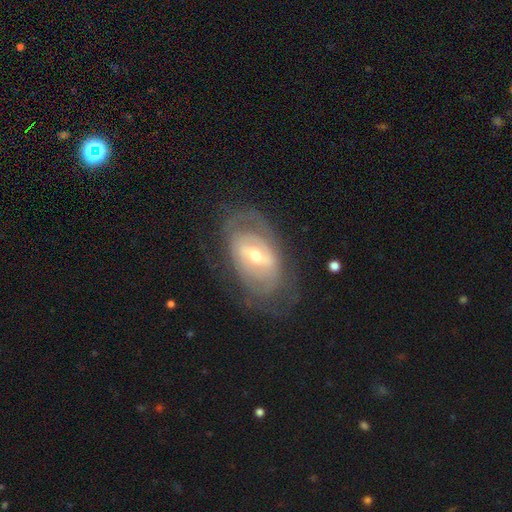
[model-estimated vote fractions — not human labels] This appears to be a featured or disk galaxy (78%) with a weak bar (44%), tight (58%) spiral arms (73%) and a moderate central bulge (51%). Merging: none (67%).